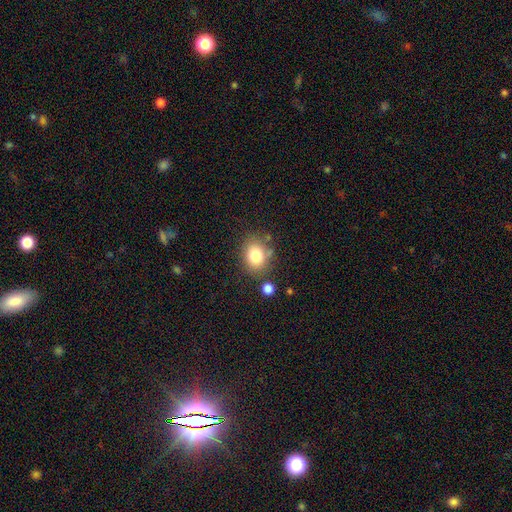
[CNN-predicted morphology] smooth-or-featured: smooth: 80% | star or artifact: 10% | featured or disk: 10%
  how-rounded: round: 54% | in between: 45% | cigar-shaped: 1%
  merging: none: 74% | minor disturbance: 14% | merger: 7% | major disturbance: 5%